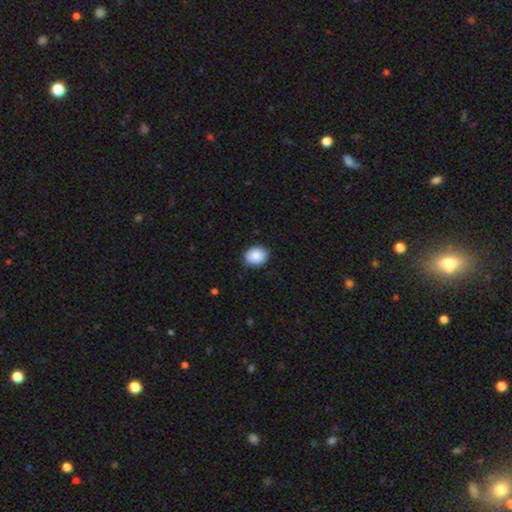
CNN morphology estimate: Smooth or featured?
  - smooth: 89% *
  - star or artifact: 7%
  - featured or disk: 4%
How rounded?
  - in between: 51% *
  - round: 48%
  - cigar-shaped: 1%
Merging?
  - none: 88% *
  - minor disturbance: 9%
  - major disturbance: 2%
  - merger: 1%